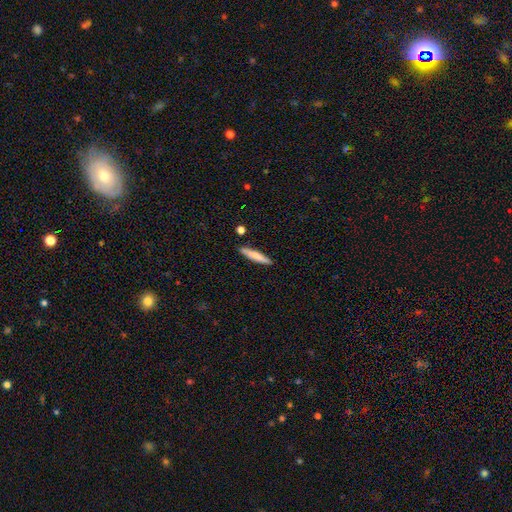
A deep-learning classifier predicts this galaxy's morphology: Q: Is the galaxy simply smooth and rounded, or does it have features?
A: smooth — 74%.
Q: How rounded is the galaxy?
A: cigar-shaped — 90%.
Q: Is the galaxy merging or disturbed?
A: none — 88%.